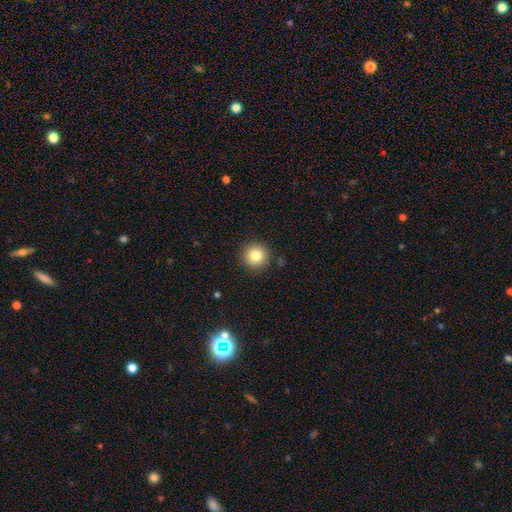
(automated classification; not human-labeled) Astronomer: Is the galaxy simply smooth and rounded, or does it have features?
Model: smooth — 81%.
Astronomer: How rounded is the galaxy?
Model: round — 95%.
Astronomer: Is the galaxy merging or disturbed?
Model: none — 91%.